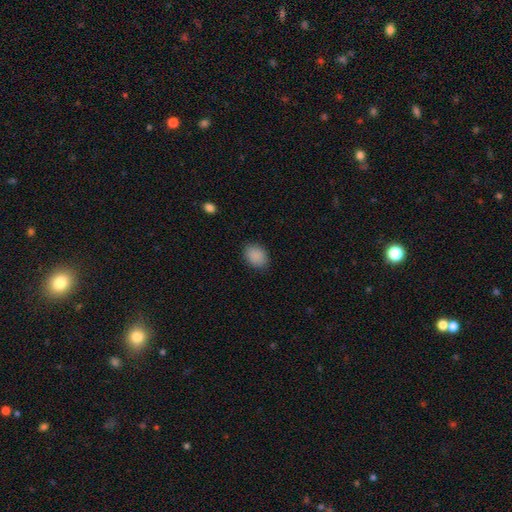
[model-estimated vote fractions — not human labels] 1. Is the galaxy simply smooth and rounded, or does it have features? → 89% smooth, 8% star or artifact, 3% featured or disk.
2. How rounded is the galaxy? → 64% in between, 35% round, 1% cigar-shaped.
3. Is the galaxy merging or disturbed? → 86% none, 11% minor disturbance, 3% major disturbance, 1% merger.